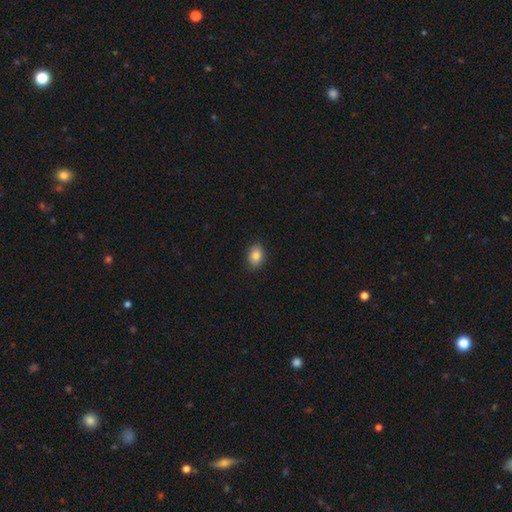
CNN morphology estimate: Overall: smooth (85%). How rounded: in between (73%). Merging: none (88%).